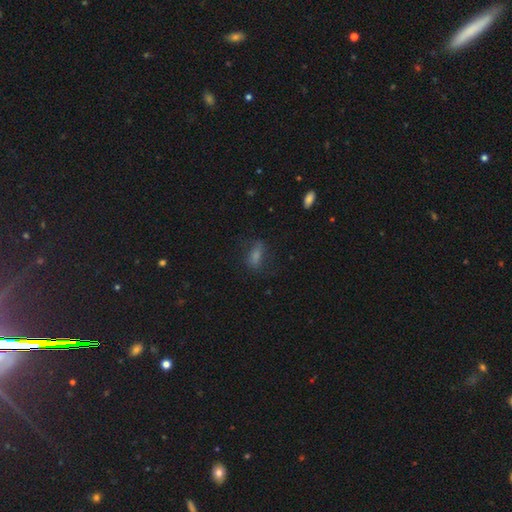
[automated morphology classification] smooth_or_featured: smooth (p=0.60) [alt: star or artifact p=0.23]
how_rounded: in between (p=0.70) [alt: cigar-shaped p=0.20]
merging: none (p=0.71) [alt: minor disturbance p=0.18]